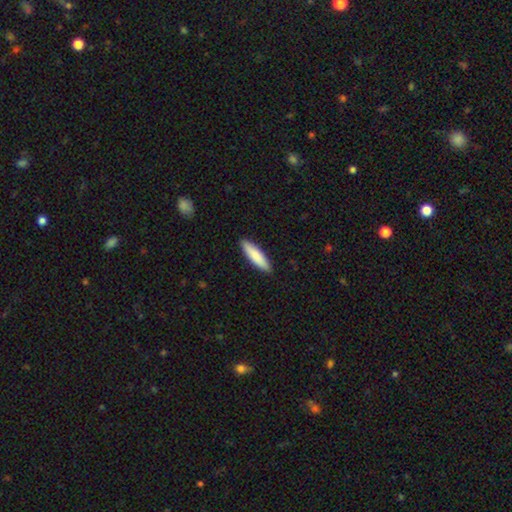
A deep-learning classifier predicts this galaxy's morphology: This appears to be a smooth galaxy with no disk features (85%) that is cigar-shaped (70%). Merging: none (90%).